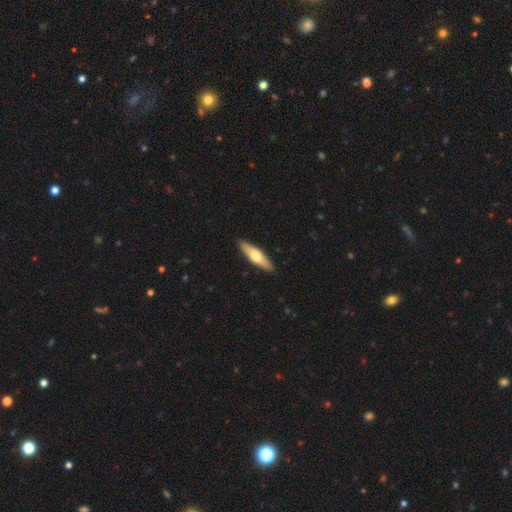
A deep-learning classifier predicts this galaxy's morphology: smooth 55%, featured or disk 40%, star or artifact 5%. Down the decision tree: how rounded — cigar-shaped (65%); merging — none (90%).